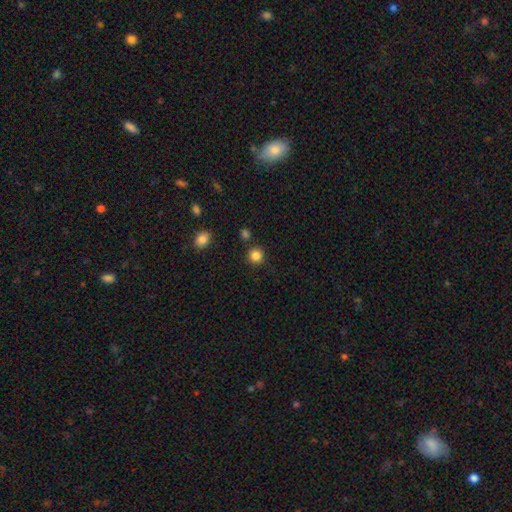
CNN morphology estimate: smooth 85%, star or artifact 11%, featured or disk 4%. Down the decision tree: how rounded — round (93%); merging — none (88%).